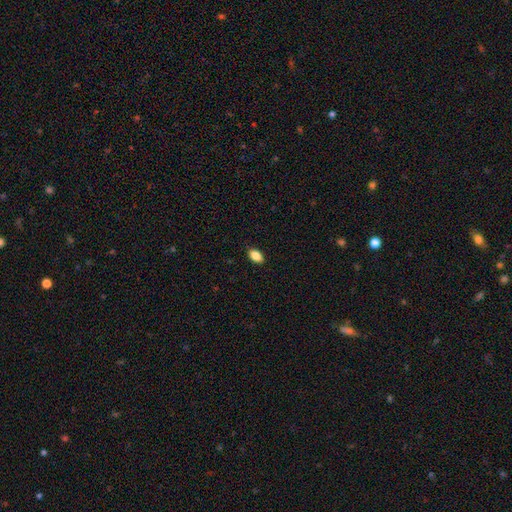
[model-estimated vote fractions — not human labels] This appears to be a smooth galaxy with no disk features (87%) that is in between round and cigar-shaped (91%). Merging: none (89%).